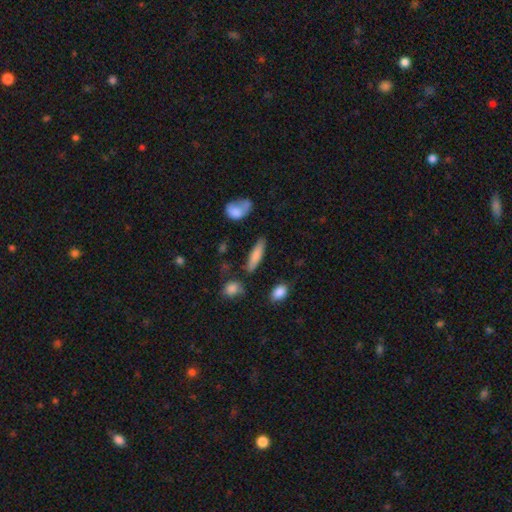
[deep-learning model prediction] Smooth or featured?
  - smooth: 76% *
  - featured or disk: 17%
  - star or artifact: 7%
How rounded?
  - cigar-shaped: 70% *
  - in between: 27%
  - round: 3%
Merging?
  - none: 79% *
  - minor disturbance: 13%
  - merger: 4%
  - major disturbance: 4%